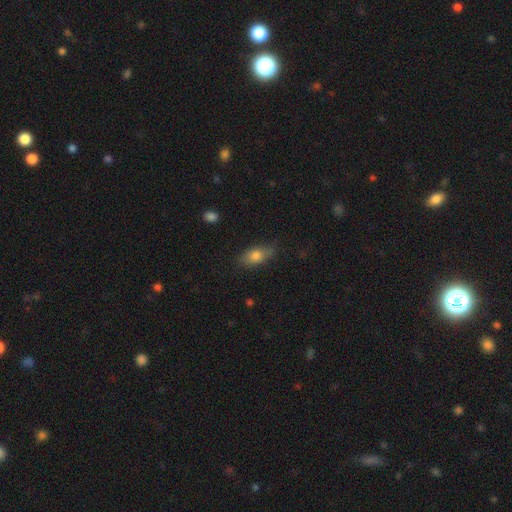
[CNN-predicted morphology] A smooth galaxy with no disk features (77%) that is in between round and cigar-shaped (84%). Merging: none (77%).